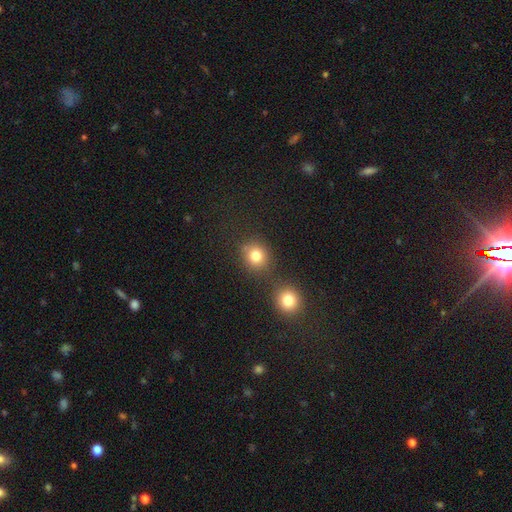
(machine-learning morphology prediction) Smooth or featured? Predicted: smooth (p=0.80). How rounded? Predicted: round (p=0.83). Merging? Predicted: none (p=0.68).